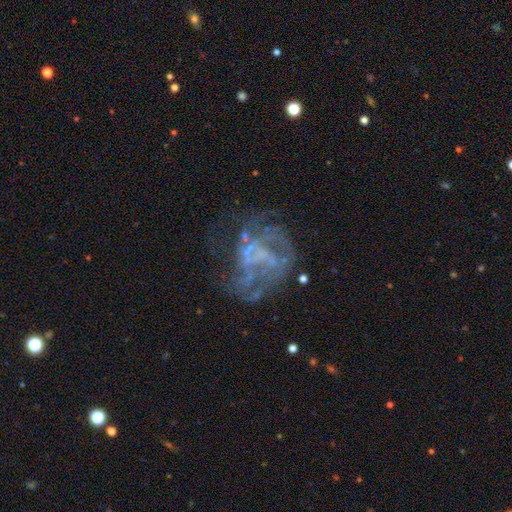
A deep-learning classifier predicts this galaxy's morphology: The model was most divided on "spiral arms": no: 52%, yes: 48%. Remaining: edge-on disk — no (98%); bar — no (73%); smooth or featured — featured or disk (73%); bulge size — none (73%); merging — none (45%).